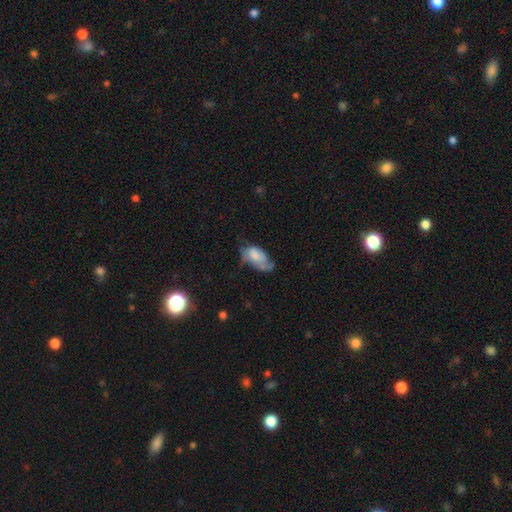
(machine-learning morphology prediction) Smooth or featured: smooth — 60% (featured or disk — 31%)
How rounded: in between — 92% (round — 5%)
Merging: minor disturbance — 34% (major disturbance — 32%)